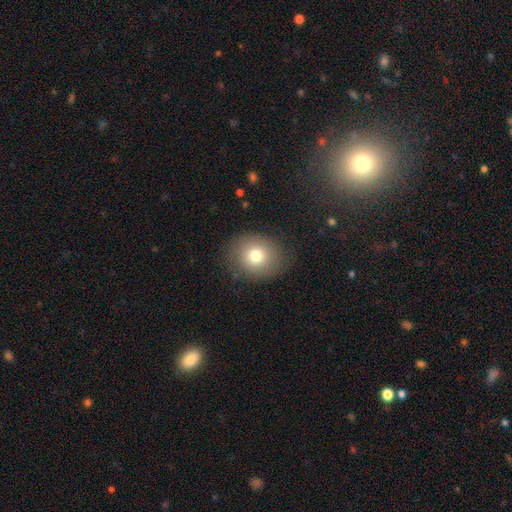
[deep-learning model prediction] Q: Smooth or featured?
A: smooth (76%); runner-up: featured or disk (13%)
Q: How rounded?
A: round (71%); runner-up: in between (28%)
Q: Merging?
A: none (84%); runner-up: minor disturbance (11%)